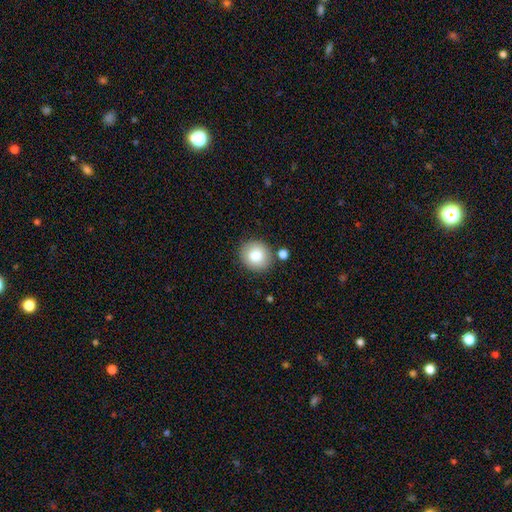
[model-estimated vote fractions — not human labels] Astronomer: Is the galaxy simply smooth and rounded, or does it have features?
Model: smooth — 80%.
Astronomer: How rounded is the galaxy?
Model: round — 89%.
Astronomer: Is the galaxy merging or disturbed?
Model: none — 83%.